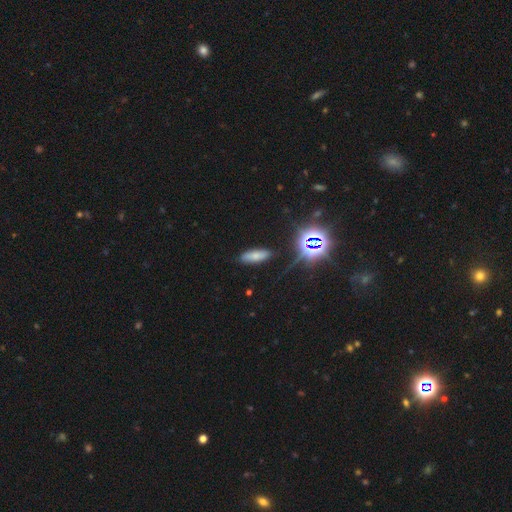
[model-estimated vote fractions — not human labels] Smooth or featured?
  - smooth: 64% *
  - star or artifact: 22%
  - featured or disk: 14%
How rounded?
  - in between: 62% *
  - cigar-shaped: 34%
  - round: 4%
Merging?
  - none: 83% *
  - minor disturbance: 12%
  - major disturbance: 3%
  - merger: 2%